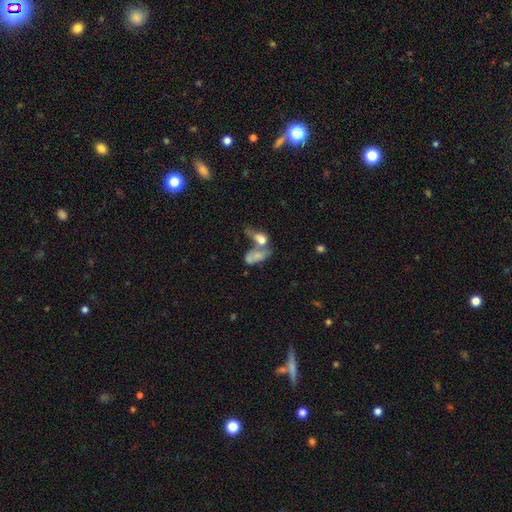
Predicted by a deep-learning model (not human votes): Smooth or featured?
  - smooth: 63% *
  - featured or disk: 27%
  - star or artifact: 11%
How rounded?
  - in between: 83% *
  - round: 11%
  - cigar-shaped: 5%
Merging?
  - merger: 62% *
  - none: 16%
  - major disturbance: 13%
  - minor disturbance: 10%